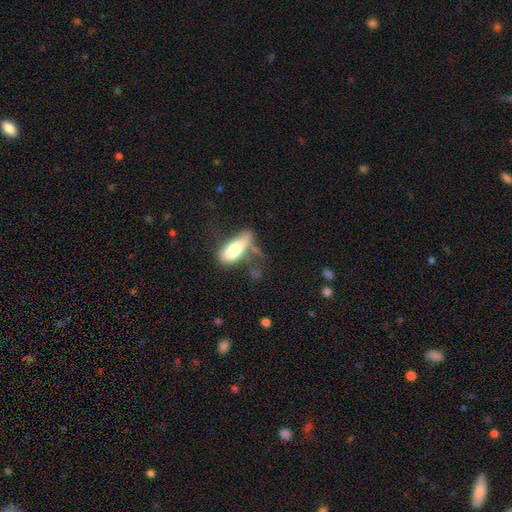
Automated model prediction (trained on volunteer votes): Smooth or featured? Predicted: smooth (p=0.43, tied with featured or disk). Merging? Predicted: none (p=0.46).